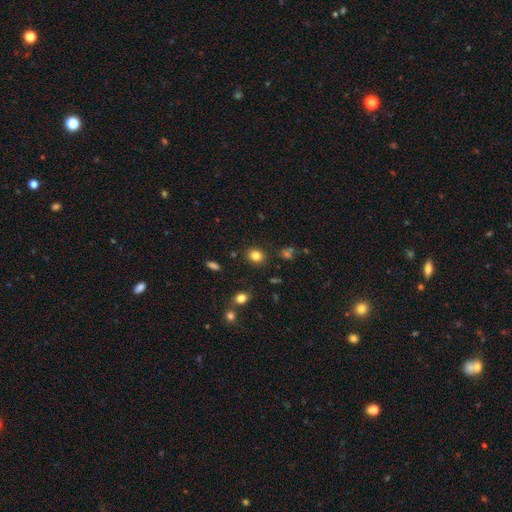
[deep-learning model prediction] A smooth galaxy with no disk features (83%) that is round (66%). Merging: none (86%).